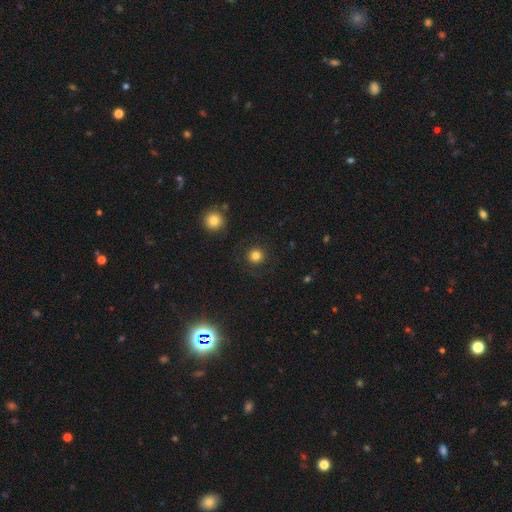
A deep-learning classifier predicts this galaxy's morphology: smooth_or_featured: smooth (p=0.81) [alt: star or artifact p=0.13]
how_rounded: round (p=0.95) [alt: in between p=0.04]
merging: none (p=0.88) [alt: minor disturbance p=0.07]